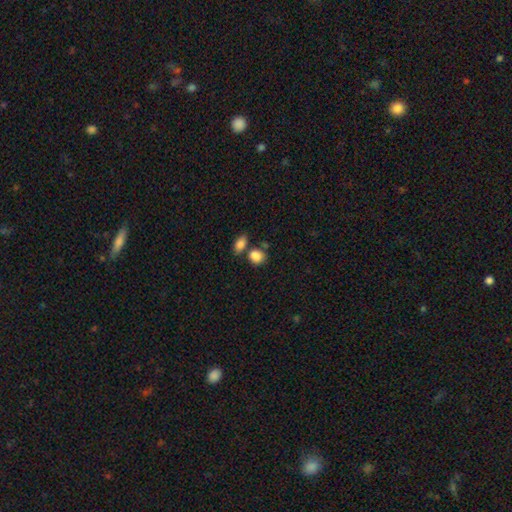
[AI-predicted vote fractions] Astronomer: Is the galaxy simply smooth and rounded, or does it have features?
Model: smooth — 86%.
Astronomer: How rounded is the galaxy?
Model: round — 57% (runner-up: in between, 41%).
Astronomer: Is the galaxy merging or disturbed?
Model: none — 55%.